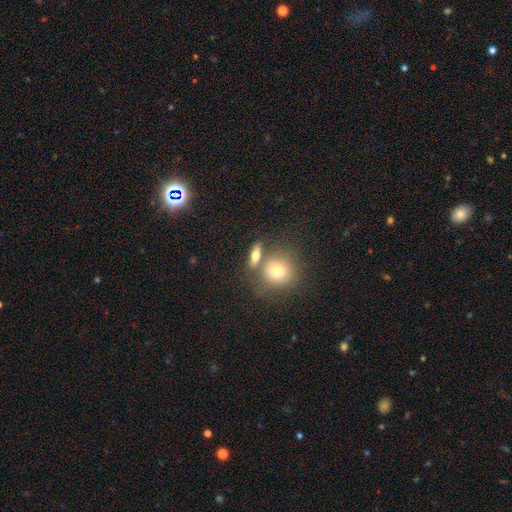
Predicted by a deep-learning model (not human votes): smooth-or-featured: smooth: 68% | featured or disk: 21% | star or artifact: 10%
  how-rounded: in between: 51% | round: 26% | cigar-shaped: 22%
  merging: none: 59% | merger: 23% | minor disturbance: 12% | major disturbance: 5%